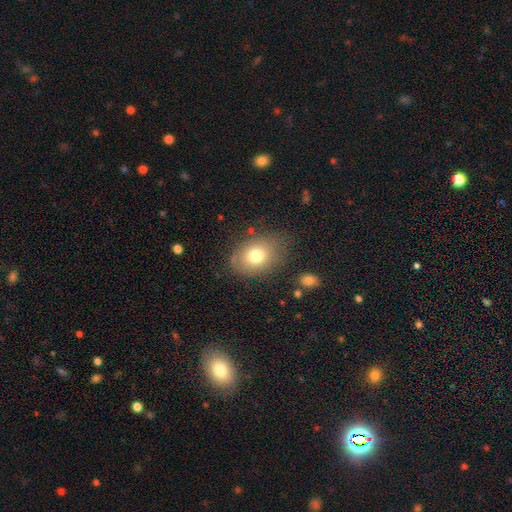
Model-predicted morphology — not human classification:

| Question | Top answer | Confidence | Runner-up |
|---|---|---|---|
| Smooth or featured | smooth | 75% | featured or disk (15%) |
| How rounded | in between | 70% | round (28%) |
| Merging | none | 70% | minor disturbance (20%) |